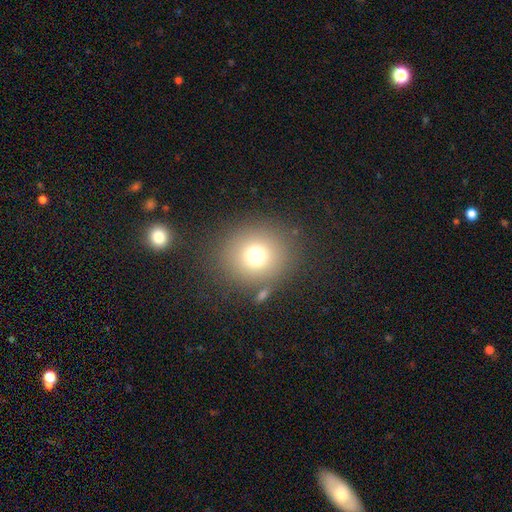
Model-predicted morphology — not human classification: This is likely a smooth galaxy (72%). How rounded: clearly round (89%). Merging: clearly none (80%).